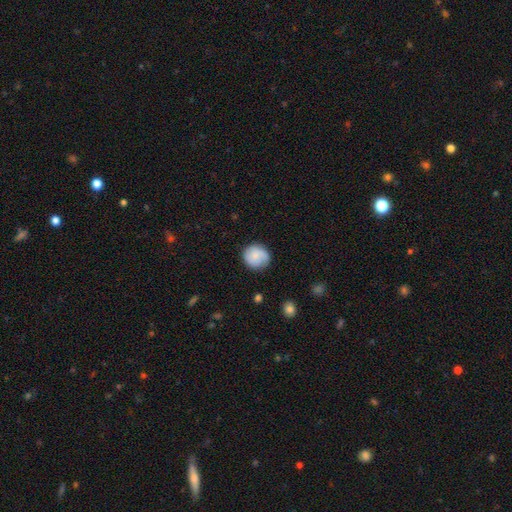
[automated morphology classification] Smooth or featured? smooth (67%)
How rounded? round (88%)
Merging? none (80%)